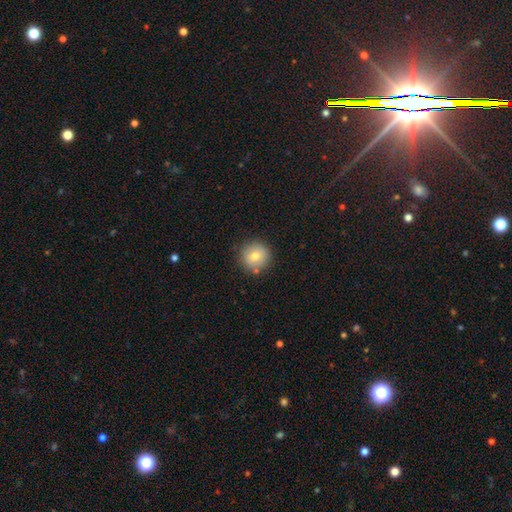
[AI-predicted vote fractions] Morphology: type=smooth (77%); roundness=round (95%); merging=none (87%).